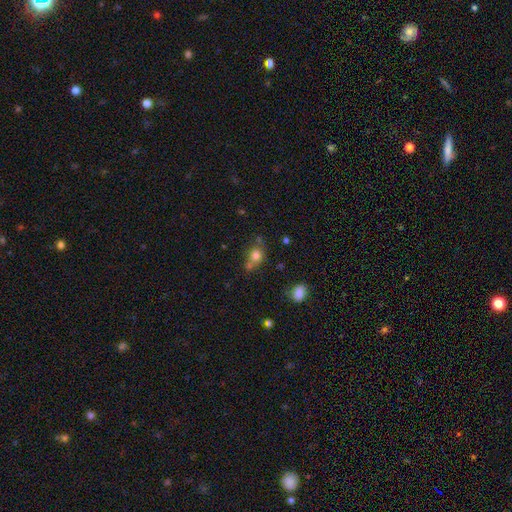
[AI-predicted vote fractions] Morphology: type=smooth (76%); roundness=round (72%); merging=none (53%).